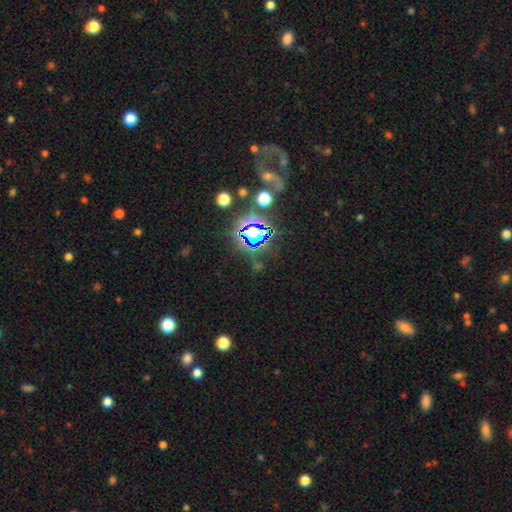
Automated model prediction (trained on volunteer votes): Q: Smooth or featured?
A: star or artifact (72%); runner-up: smooth (15%)